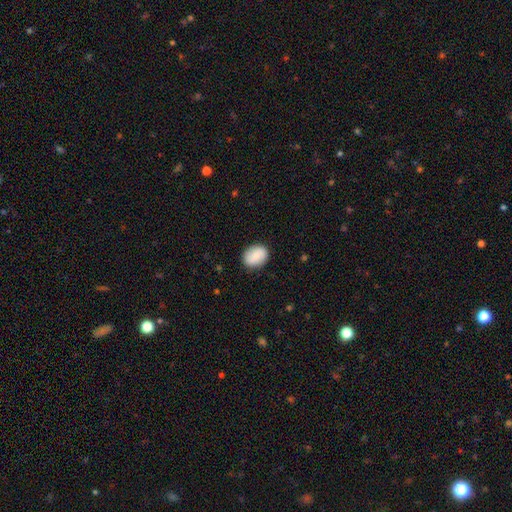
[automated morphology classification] Smooth or featured? Predicted: smooth (p=0.73). How rounded? Predicted: in between (p=0.54). Merging? Predicted: none (p=0.86).